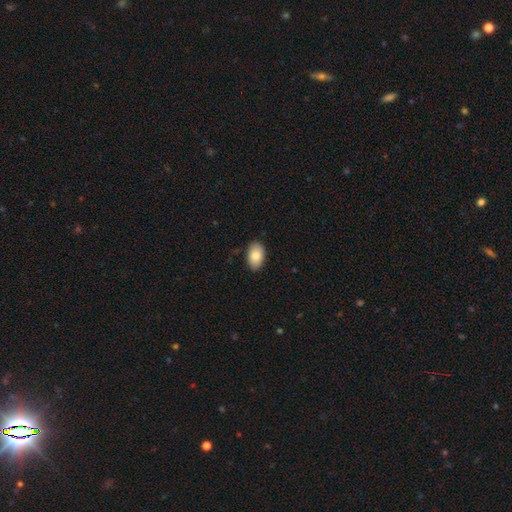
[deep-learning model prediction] Overall: smooth (82%). How rounded: in between (93%). Merging: none (87%).